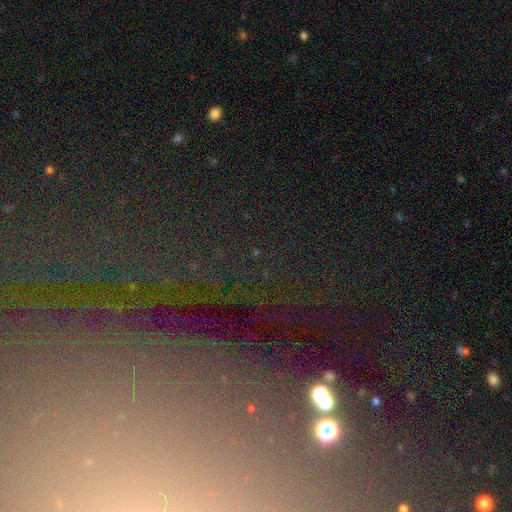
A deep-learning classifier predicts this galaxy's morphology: smooth_or_featured: star or artifact (p=0.66) [alt: featured or disk p=0.18]